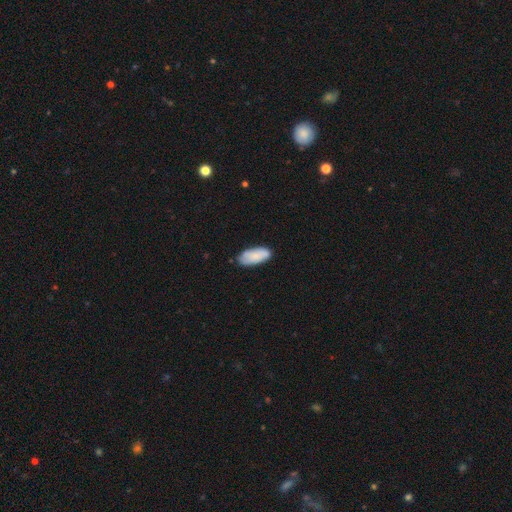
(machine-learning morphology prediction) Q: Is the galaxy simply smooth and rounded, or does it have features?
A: smooth — 79%.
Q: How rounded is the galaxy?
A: in between — 88%.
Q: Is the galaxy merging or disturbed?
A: none — 77%.